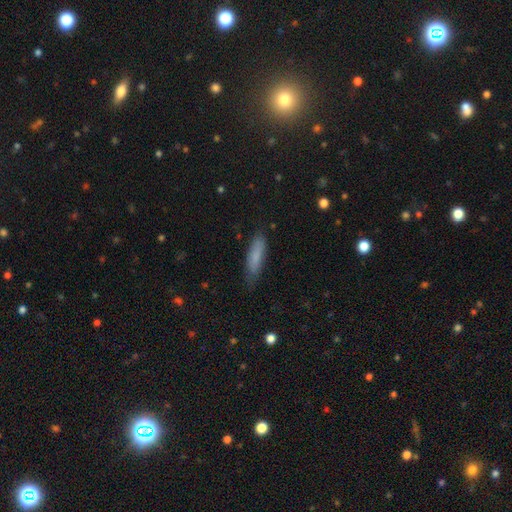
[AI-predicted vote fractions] smooth 81%, featured or disk 13%, star or artifact 7%. Down the decision tree: how rounded — cigar-shaped (69%); merging — none (75%).